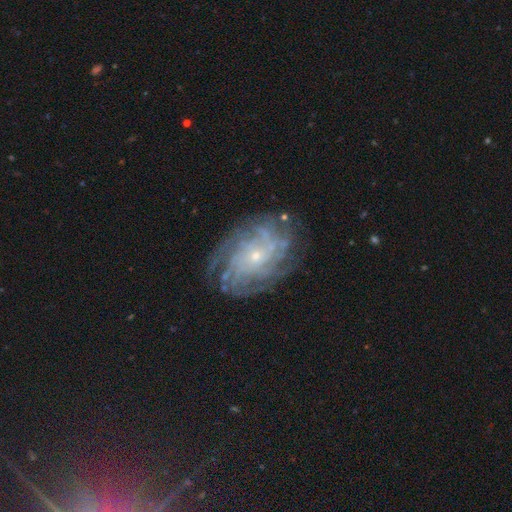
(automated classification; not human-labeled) Overall: featured or disk (86%). Edge-on disk: no (97%). Bar: no (78%). Spiral arms: yes (96%). Spiral arm count: more than 4 (28%; can't tell 27%). Spiral winding: tight (69%). Bulge size: small (81%). Merging: none (79%).